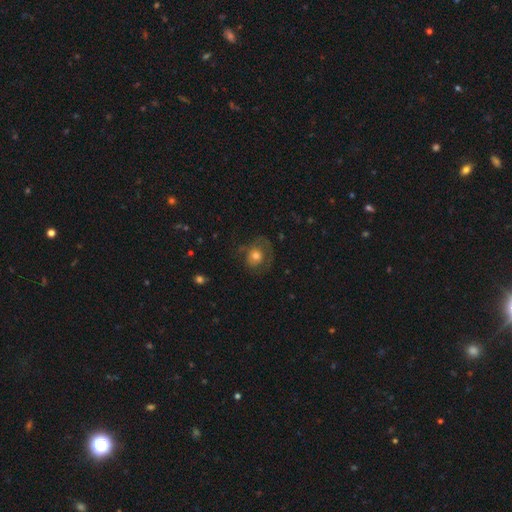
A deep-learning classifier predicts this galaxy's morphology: Smooth or featured? Predicted: smooth (p=0.56). How rounded? Predicted: round (p=0.73). Merging? Predicted: none (p=0.55).